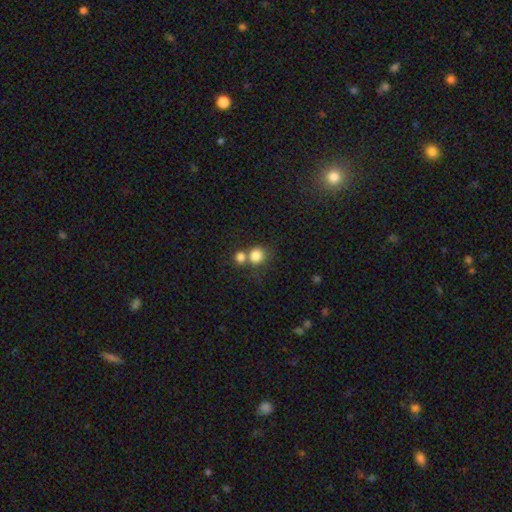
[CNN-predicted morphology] The model was most divided on "merging": none: 45%, merger: 43%, minor disturbance: 8%, major disturbance: 4%. More confident: how rounded — round (82%); smooth or featured — smooth (82%).